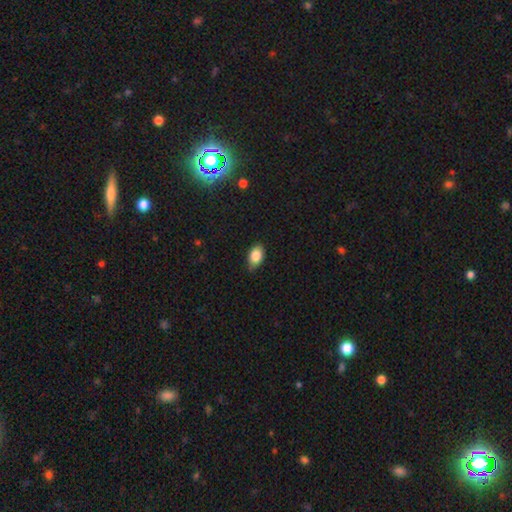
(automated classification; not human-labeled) Morphology: type=smooth (85%); roundness=in between (88%); merging=none (79%).